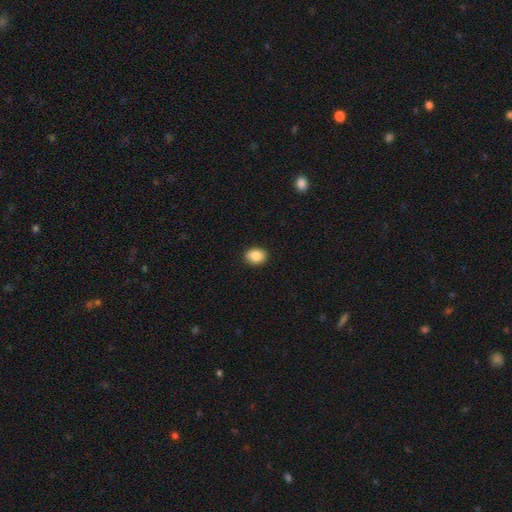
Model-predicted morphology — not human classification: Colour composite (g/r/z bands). It shows a smooth galaxy with no disk features (86%) that is in between round and cigar-shaped (58%). Merging: none (90%).